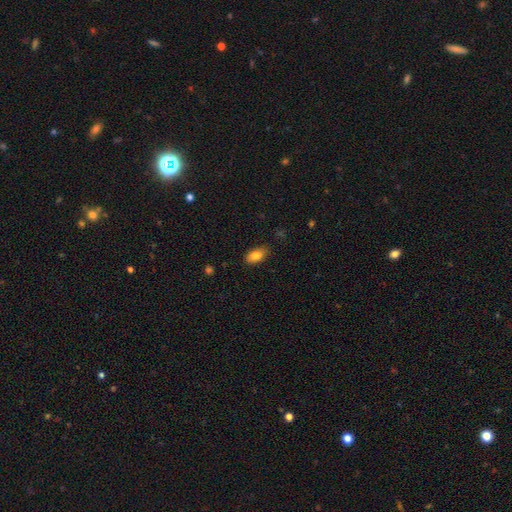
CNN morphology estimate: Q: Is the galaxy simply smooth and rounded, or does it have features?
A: smooth — 84%.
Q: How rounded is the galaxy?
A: in between — 91%.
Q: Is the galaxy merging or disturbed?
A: none — 85%.